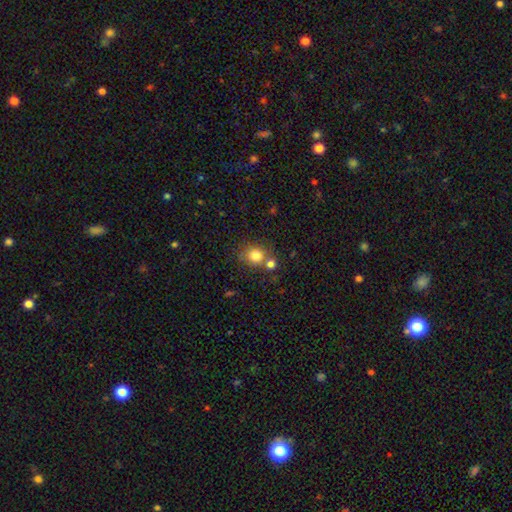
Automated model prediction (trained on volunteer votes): Morphology: type=smooth (80%); roundness=round (80%); merging=none (57%).